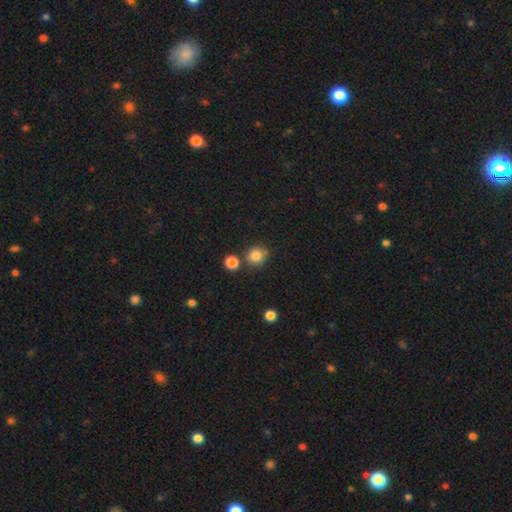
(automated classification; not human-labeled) A smooth galaxy with no disk features (83%) that is round (84%).

Vote fractions:
- Smooth or featured? smooth: 83% / star or artifact: 11% / featured or disk: 6%
- How rounded? round: 84% / in between: 15% / cigar-shaped: 1%
- Merging? none: 71% / merger: 13% / minor disturbance: 13% / major disturbance: 3%